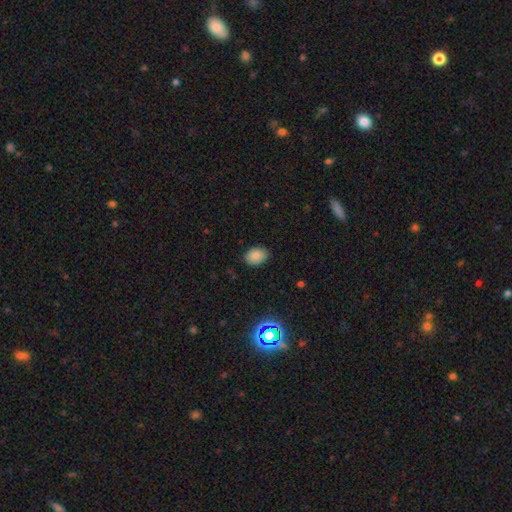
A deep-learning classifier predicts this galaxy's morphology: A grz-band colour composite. It shows a smooth galaxy with no disk features (84%) that is in between round and cigar-shaped (74%). Merging: none (84%).